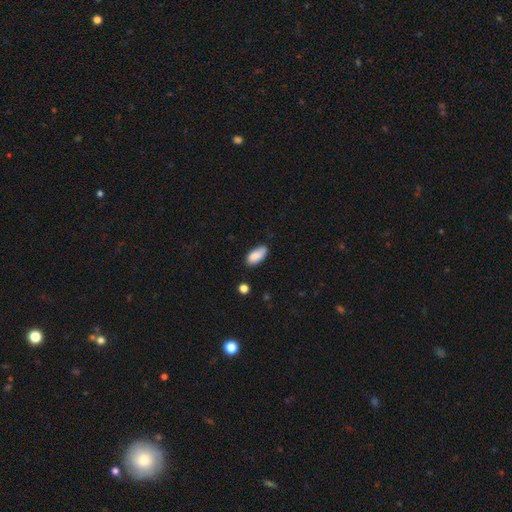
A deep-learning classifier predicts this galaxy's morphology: Overall: smooth (86%). How rounded: in between (91%). Merging: none (75%).